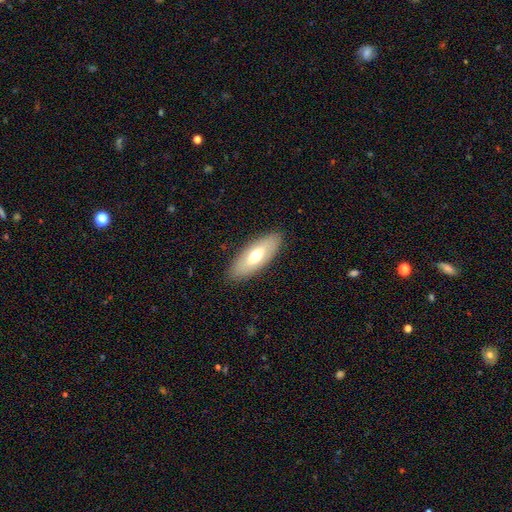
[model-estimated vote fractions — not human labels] smooth-or-featured: smooth: 59% | featured or disk: 35% | star or artifact: 6%
  how-rounded: in between: 75% | cigar-shaped: 23% | round: 2%
  merging: none: 87% | minor disturbance: 9% | major disturbance: 3% | merger: 1%